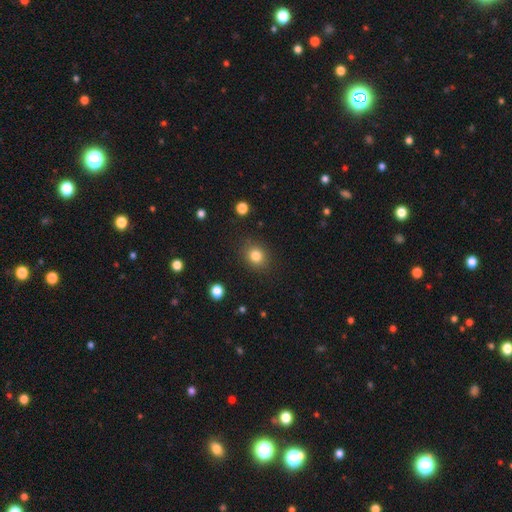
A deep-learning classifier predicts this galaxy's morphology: smooth_or_featured: smooth (p=0.82) [alt: star or artifact p=0.12]
how_rounded: round (p=0.70) [alt: in between p=0.29]
merging: none (p=0.87) [alt: minor disturbance p=0.09]